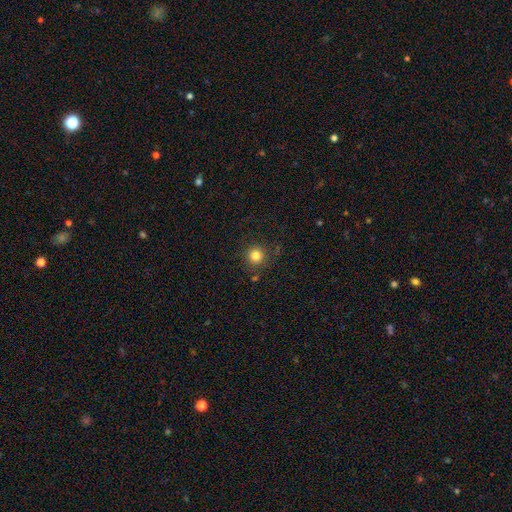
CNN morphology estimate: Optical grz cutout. It shows a smooth galaxy with no disk features (83%) that is round (94%). Merging: none (87%).